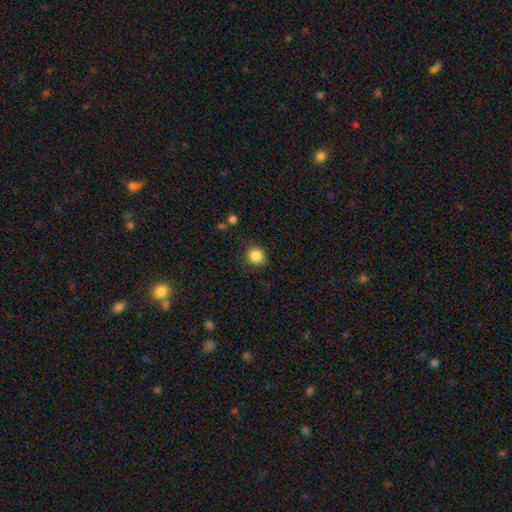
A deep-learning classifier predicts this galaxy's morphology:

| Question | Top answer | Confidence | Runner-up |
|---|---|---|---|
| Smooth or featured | smooth | 86% | star or artifact (10%) |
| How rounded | round | 75% | in between (24%) |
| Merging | none | 79% | minor disturbance (15%) |